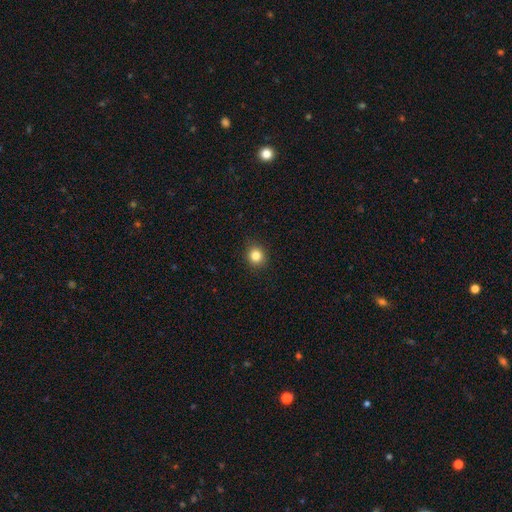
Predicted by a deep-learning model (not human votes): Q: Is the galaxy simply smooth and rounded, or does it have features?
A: smooth — 83%.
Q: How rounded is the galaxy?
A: round — 85%.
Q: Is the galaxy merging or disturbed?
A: none — 91%.